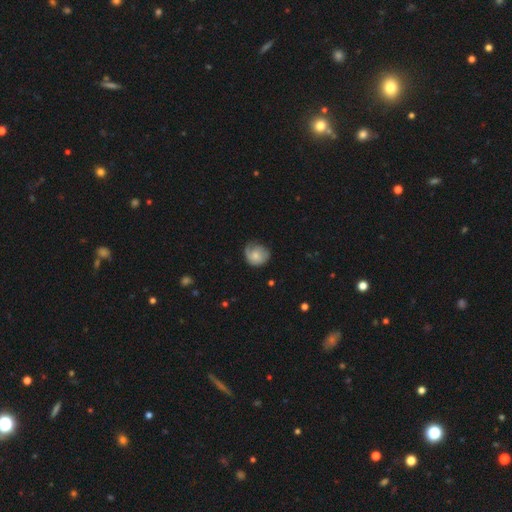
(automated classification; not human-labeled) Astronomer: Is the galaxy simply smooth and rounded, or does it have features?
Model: smooth — 53% (runner-up: featured or disk, 40%).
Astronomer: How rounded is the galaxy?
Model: round — 78%.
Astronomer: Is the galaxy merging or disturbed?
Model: none — 56%.